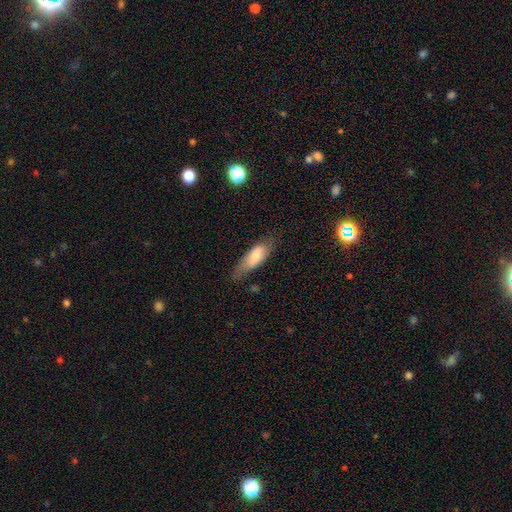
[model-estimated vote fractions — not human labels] Morphology: type=smooth (71%); roundness=in between (65%); merging=none (60%).